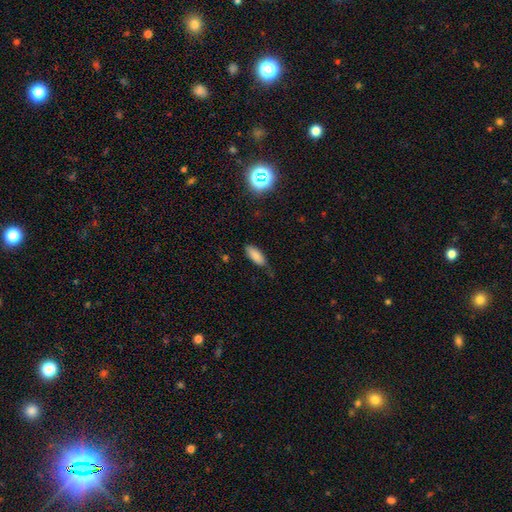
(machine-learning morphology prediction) Q: Smooth or featured?
A: smooth (83%); runner-up: star or artifact (9%)
Q: How rounded?
A: in between (81%); runner-up: cigar-shaped (17%)
Q: Merging?
A: none (61%); runner-up: minor disturbance (29%)